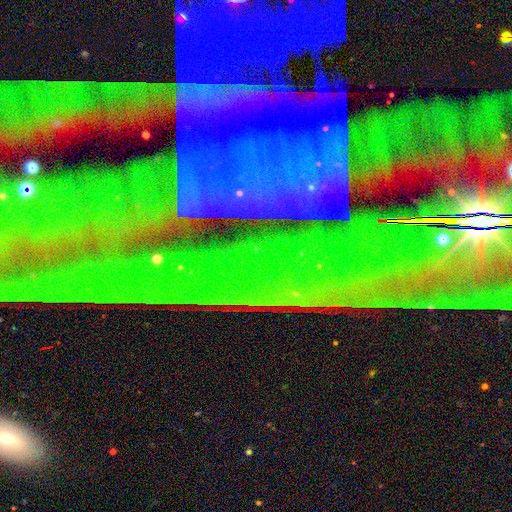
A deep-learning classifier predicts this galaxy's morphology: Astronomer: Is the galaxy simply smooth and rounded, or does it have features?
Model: star or artifact — 80%.